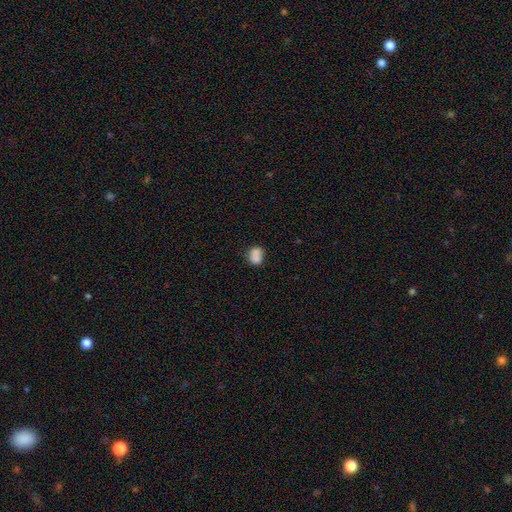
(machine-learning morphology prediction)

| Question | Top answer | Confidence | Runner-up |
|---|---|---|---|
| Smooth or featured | smooth | 79% | featured or disk (12%) |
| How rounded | round | 58% | in between (41%) |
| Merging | none | 49% | merger (27%) |